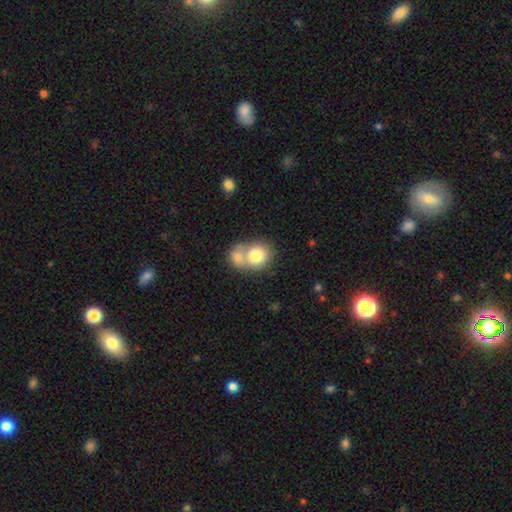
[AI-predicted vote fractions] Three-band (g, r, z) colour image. It shows a smooth galaxy with no disk features (77%) that is round (61%). Merging: merger (63%).